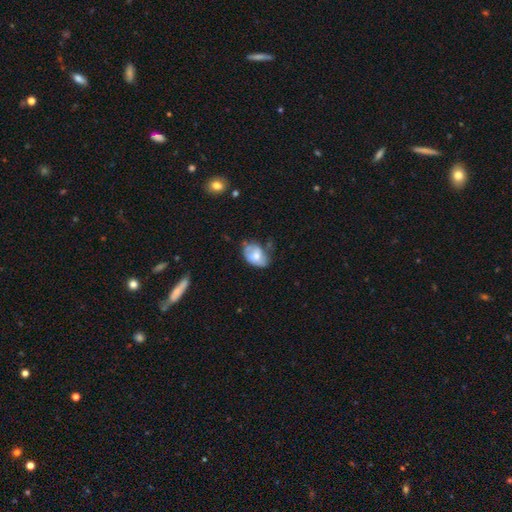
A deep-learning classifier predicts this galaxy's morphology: Smooth or featured? smooth (57%)
How rounded? in between (84%)
Merging? none (44%)